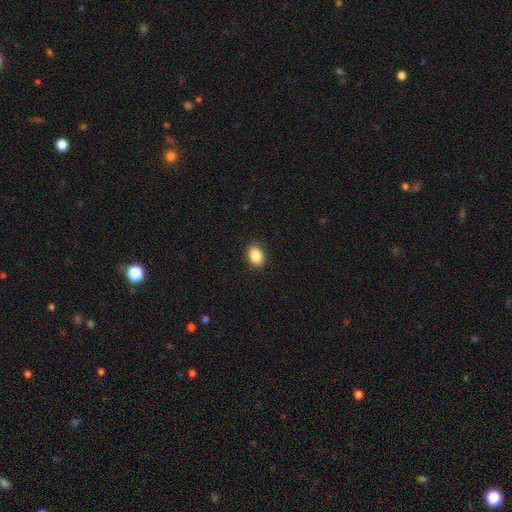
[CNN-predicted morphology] A smooth galaxy with no disk features (88%) that is in between round and cigar-shaped (79%).

Vote fractions:
- Smooth or featured? smooth: 88% / star or artifact: 8% / featured or disk: 4%
- How rounded? in between: 79% / round: 20% / cigar-shaped: 1%
- Merging? none: 90% / minor disturbance: 7% / major disturbance: 2% / merger: 1%